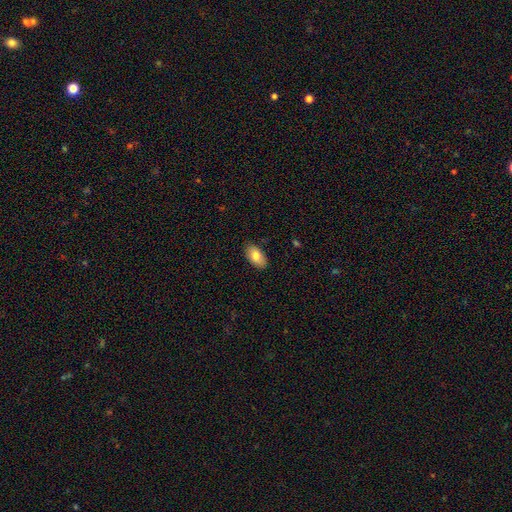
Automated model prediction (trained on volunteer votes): A smooth galaxy with no disk features (81%) that is in between round and cigar-shaped (94%).

Vote fractions:
- Smooth or featured? smooth: 81% / featured or disk: 13% / star or artifact: 7%
- How rounded? in between: 94% / round: 3% / cigar-shaped: 3%
- Merging? none: 87% / minor disturbance: 10% / major disturbance: 2% / merger: 1%